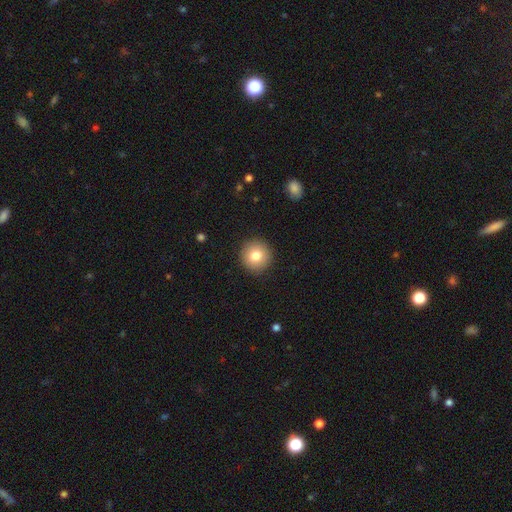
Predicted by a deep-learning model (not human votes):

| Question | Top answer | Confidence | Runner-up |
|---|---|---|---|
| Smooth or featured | smooth | 79% | featured or disk (11%) |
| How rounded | round | 95% | in between (4%) |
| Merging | none | 92% | minor disturbance (5%) |